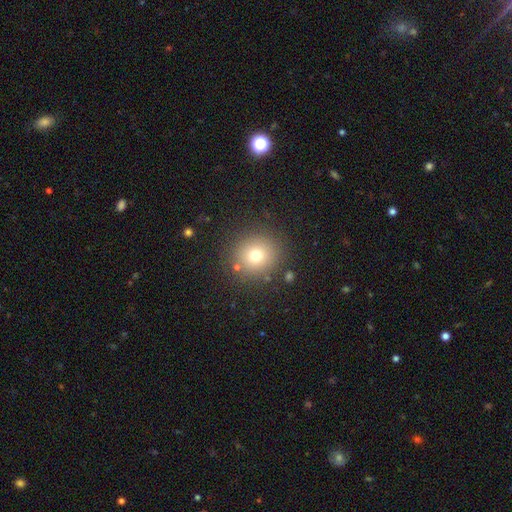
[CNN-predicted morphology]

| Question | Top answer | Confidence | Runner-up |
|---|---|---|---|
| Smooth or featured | smooth | 73% | star or artifact (16%) |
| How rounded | round | 89% | in between (10%) |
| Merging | none | 85% | minor disturbance (8%) |